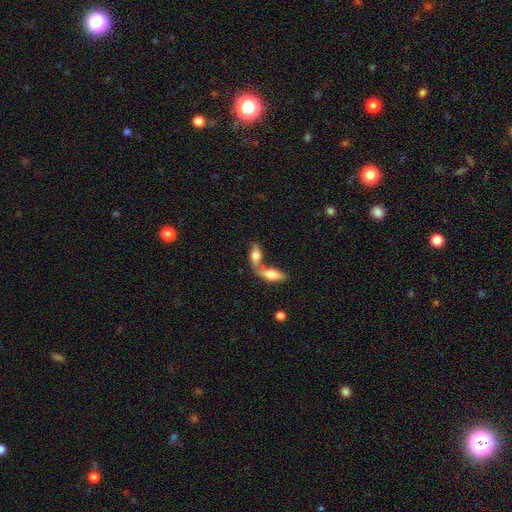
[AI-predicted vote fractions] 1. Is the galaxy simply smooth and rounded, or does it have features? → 70% smooth, 23% featured or disk, 7% star or artifact.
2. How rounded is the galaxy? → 79% in between, 17% cigar-shaped, 3% round.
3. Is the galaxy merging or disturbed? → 65% merger, 25% none, 7% minor disturbance, 4% major disturbance.